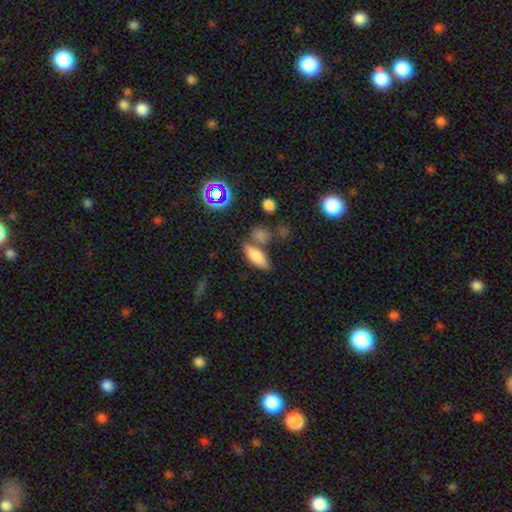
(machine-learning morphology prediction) Overall: smooth (77%). How rounded: in between (68%; cigar-shaped 28%). Merging: none (62%).